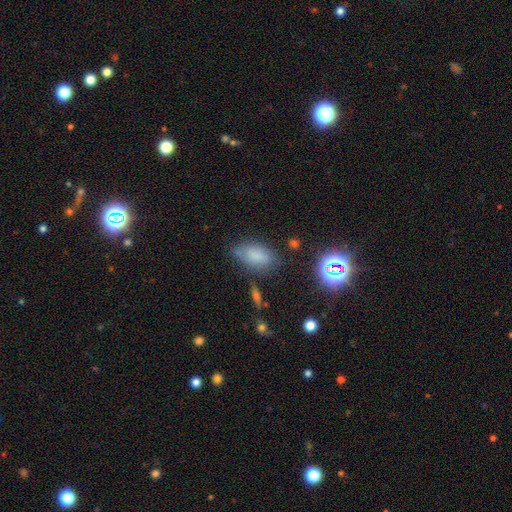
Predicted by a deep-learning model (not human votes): This is likely a smooth galaxy (72%). How rounded: clearly in between (89%). Merging: likely none (63%).